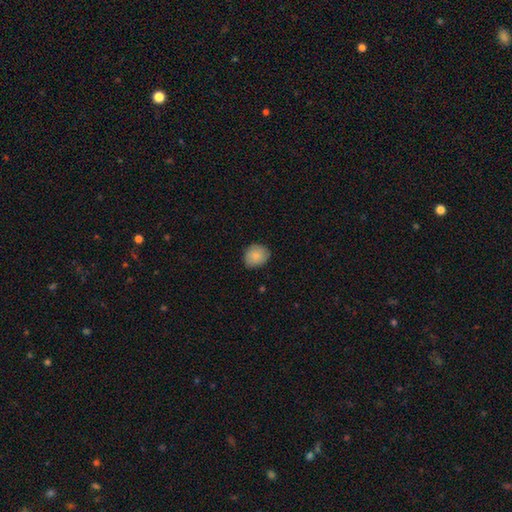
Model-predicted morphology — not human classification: Smooth or featured?
  - smooth: 86% *
  - star or artifact: 7%
  - featured or disk: 7%
How rounded?
  - round: 70% *
  - in between: 29%
  - cigar-shaped: 1%
Merging?
  - none: 80% *
  - minor disturbance: 16%
  - major disturbance: 3%
  - merger: 1%